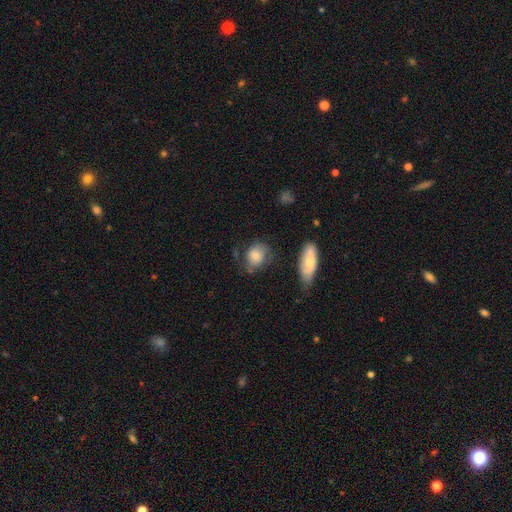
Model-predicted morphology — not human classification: Overall: smooth (70%). How rounded: in between (53%; round 45%). Merging: none (49%; minor disturbance 30%).